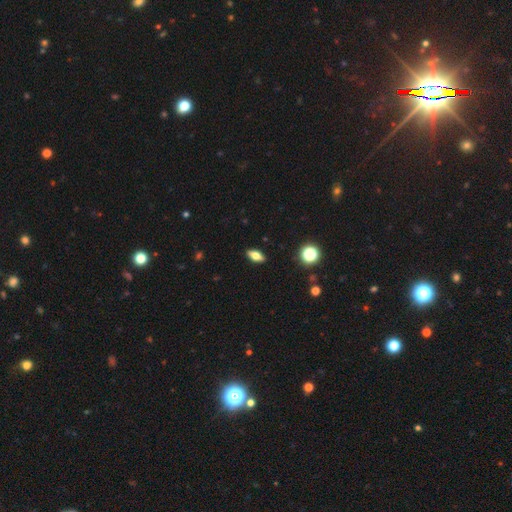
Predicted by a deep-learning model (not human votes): Morphology: type=smooth (63%); roundness=in between (79%); merging=none (89%).